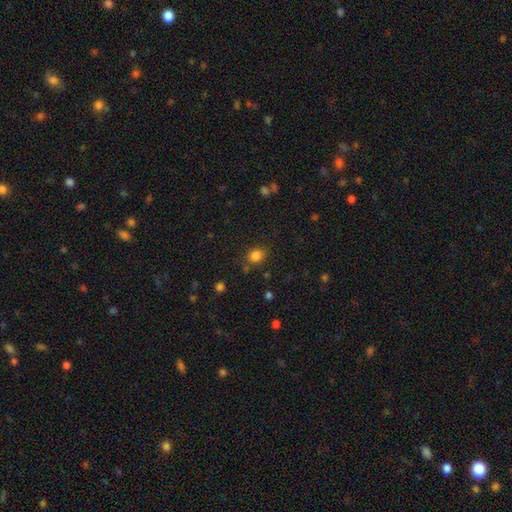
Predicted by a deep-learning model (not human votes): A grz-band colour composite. It shows a smooth galaxy with no disk features (82%) that is round (75%). Merging: none (80%).